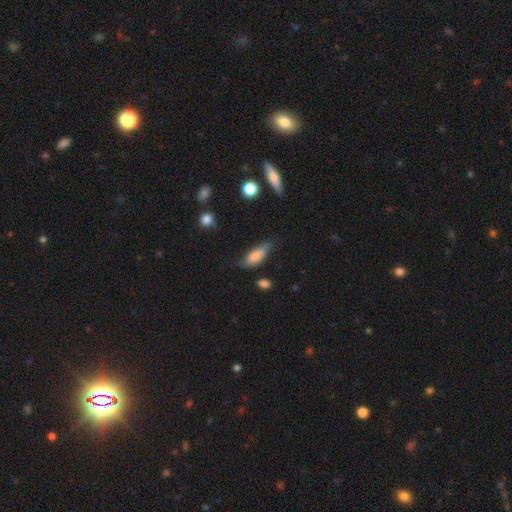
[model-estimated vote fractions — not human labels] Smooth or featured: smooth — 76% (featured or disk — 17%)
How rounded: in between — 72% (cigar-shaped — 25%)
Merging: none — 52% (minor disturbance — 35%)